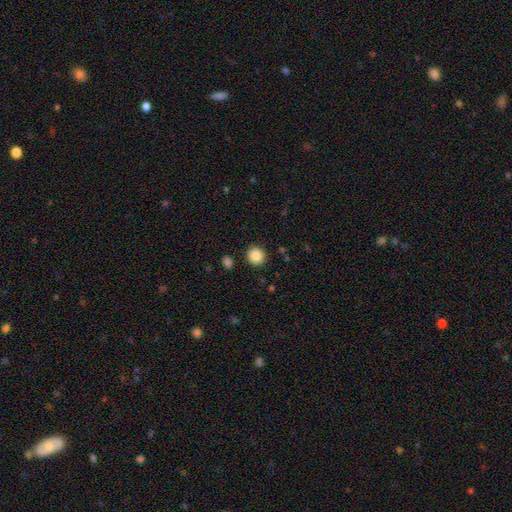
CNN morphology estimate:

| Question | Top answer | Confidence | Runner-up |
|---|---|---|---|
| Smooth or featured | smooth | 88% | star or artifact (9%) |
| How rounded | round | 93% | in between (6%) |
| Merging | none | 91% | minor disturbance (5%) |